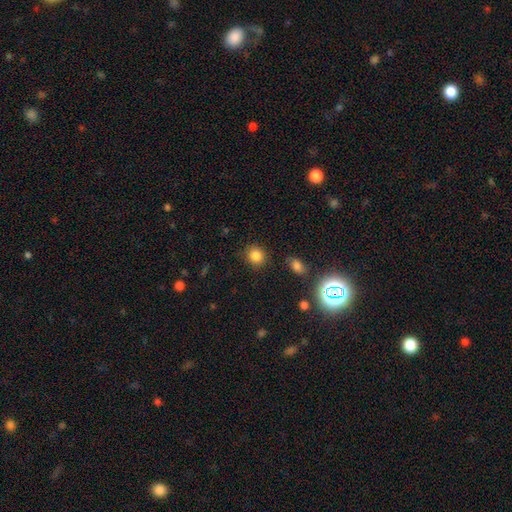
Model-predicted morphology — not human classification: Smooth or featured? smooth (83%)
How rounded? round (82%)
Merging? none (86%)